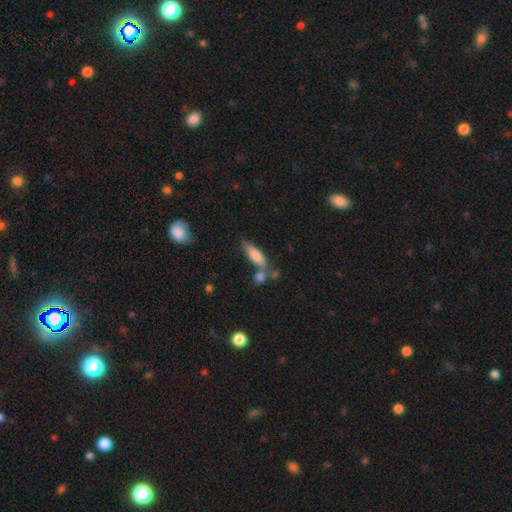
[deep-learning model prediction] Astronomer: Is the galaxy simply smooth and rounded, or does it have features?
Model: smooth — 73%.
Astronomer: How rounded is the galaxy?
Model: cigar-shaped — 54% (runner-up: in between, 43%).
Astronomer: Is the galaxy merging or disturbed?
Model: none — 51% (runner-up: merger, 28%).